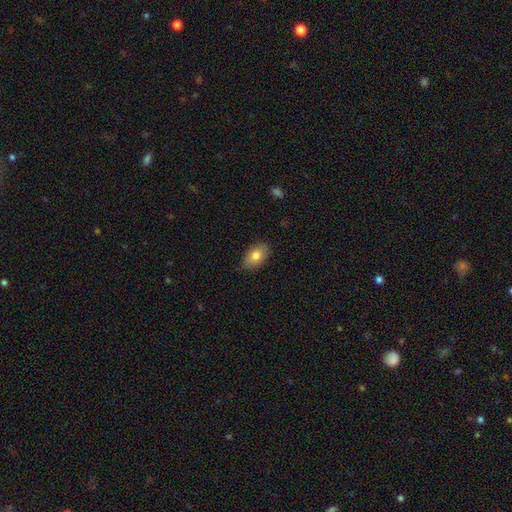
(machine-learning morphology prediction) Overall: smooth (80%). How rounded: in between (89%). Merging: none (83%).